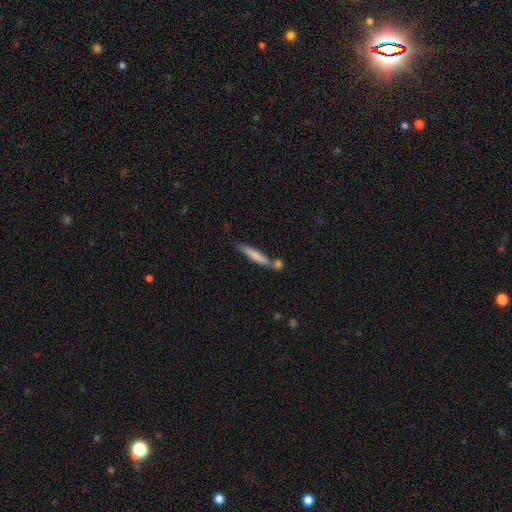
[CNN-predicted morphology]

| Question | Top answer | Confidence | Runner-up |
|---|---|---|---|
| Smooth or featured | smooth | 73% | featured or disk (21%) |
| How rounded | cigar-shaped | 91% | in between (8%) |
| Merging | none | 63% | merger (20%) |